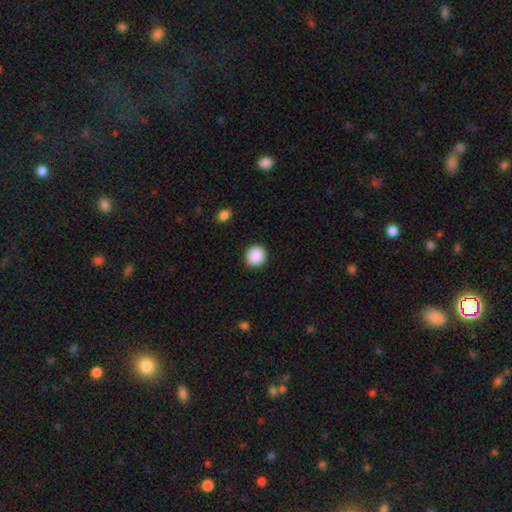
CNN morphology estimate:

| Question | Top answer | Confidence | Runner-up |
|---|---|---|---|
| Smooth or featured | smooth | 89% | star or artifact (8%) |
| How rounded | round | 93% | in between (6%) |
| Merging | none | 92% | minor disturbance (5%) |